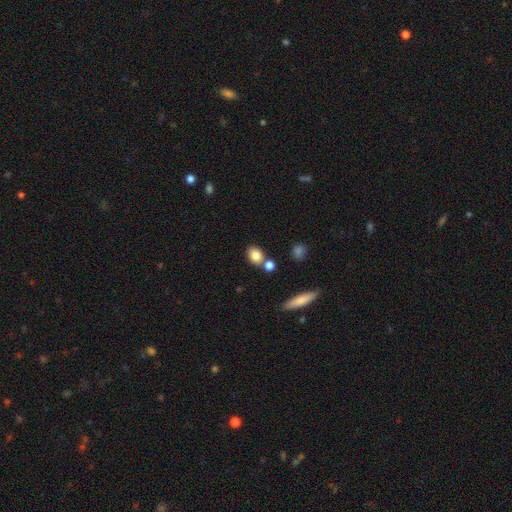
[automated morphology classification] Smooth or featured? Predicted: smooth (p=0.82). How rounded? Predicted: in between (p=0.62). Merging? Predicted: none (p=0.65).